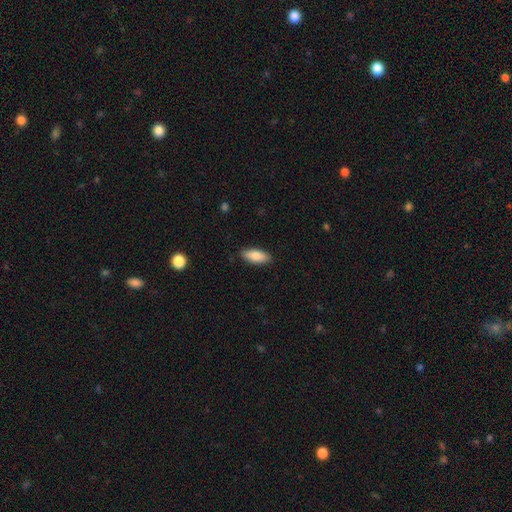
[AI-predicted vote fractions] Smooth or featured? smooth (83%)
How rounded? in between (79%)
Merging? none (88%)